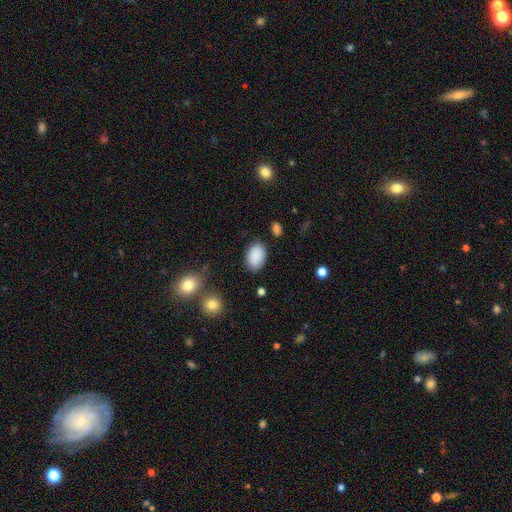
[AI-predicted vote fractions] A smooth galaxy with no disk features (90%) that is in between round and cigar-shaped (89%).

Vote fractions:
- Smooth or featured? smooth: 90% / star or artifact: 7% / featured or disk: 3%
- How rounded? in between: 89% / round: 10% / cigar-shaped: 1%
- Merging? none: 85% / minor disturbance: 10% / major disturbance: 3% / merger: 2%